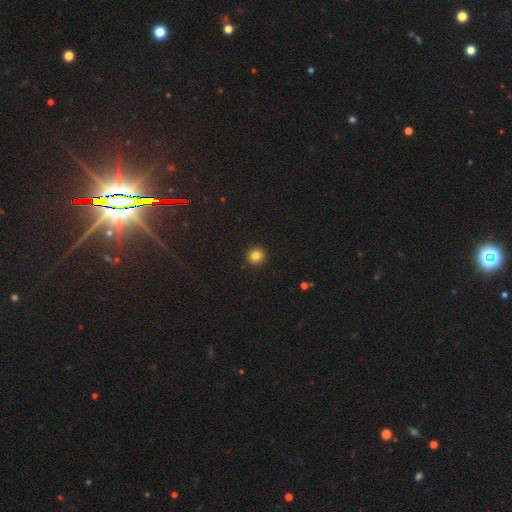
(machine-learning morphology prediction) Smooth or featured: smooth — 83% (star or artifact — 12%)
How rounded: round — 93% (in between — 6%)
Merging: none — 93% (minor disturbance — 5%)